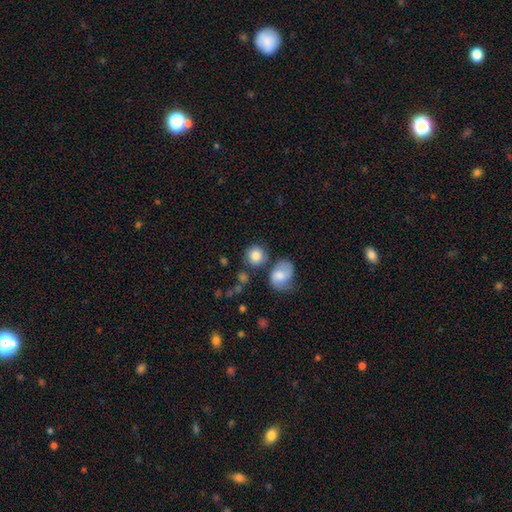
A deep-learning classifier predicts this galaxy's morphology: Smooth or featured: smooth — 83% (featured or disk — 10%)
How rounded: round — 85% (in between — 13%)
Merging: none — 69% (merger — 13%)